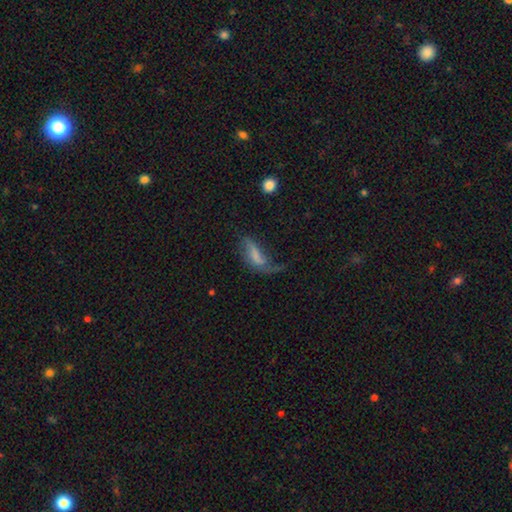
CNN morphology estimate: Smooth or featured: smooth — 48% (featured or disk — 42%)
Merging: major disturbance — 45% (none — 28%)